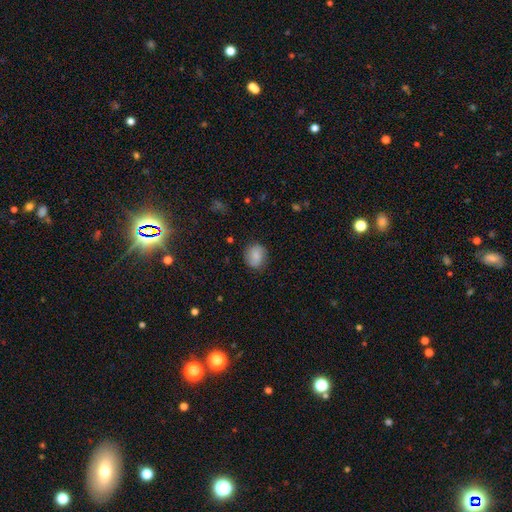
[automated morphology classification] type=smooth (78%); roundness=round (72%); merging=none (83%).